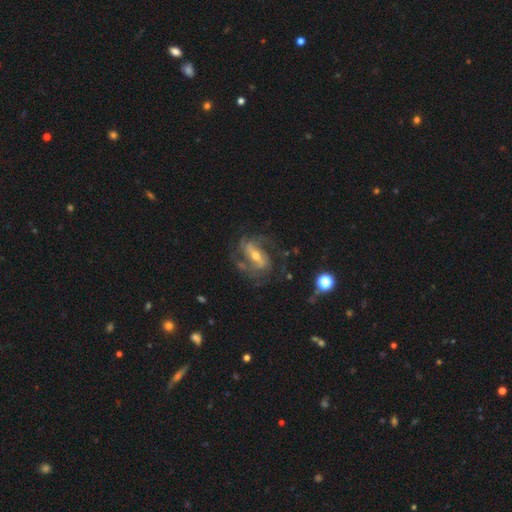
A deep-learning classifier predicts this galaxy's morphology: The model was most divided on "bulge size": moderate: 52%, small: 42%, large: 4%, none: 2%, dominant: 1%. Remaining: edge-on disk — no (94%); spiral arms — yes (93%); smooth or featured — featured or disk (85%); merging — none (62%); spiral arm count — 2 (51%); spiral winding — medium (47%); bar — strong (46%).